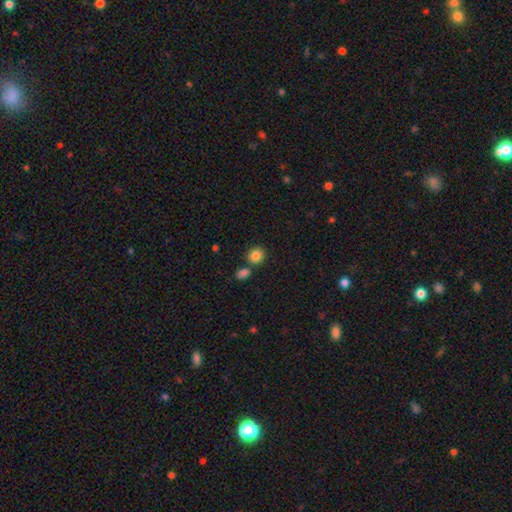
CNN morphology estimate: A smooth galaxy with no disk features (85%) that is round (81%). Merging: none (72%).